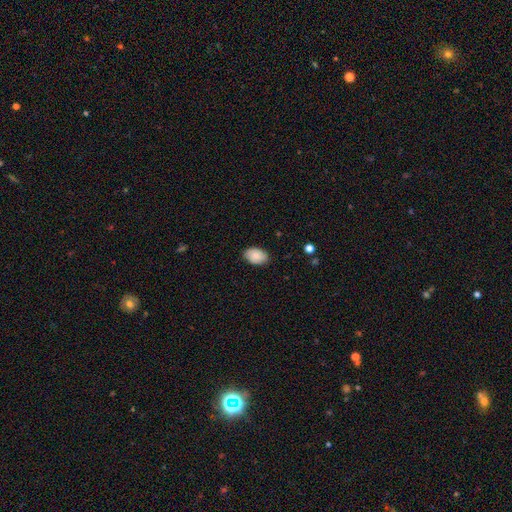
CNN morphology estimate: Smooth or featured: smooth — 82% (featured or disk — 10%)
How rounded: in between — 85% (round — 14%)
Merging: none — 82% (minor disturbance — 15%)